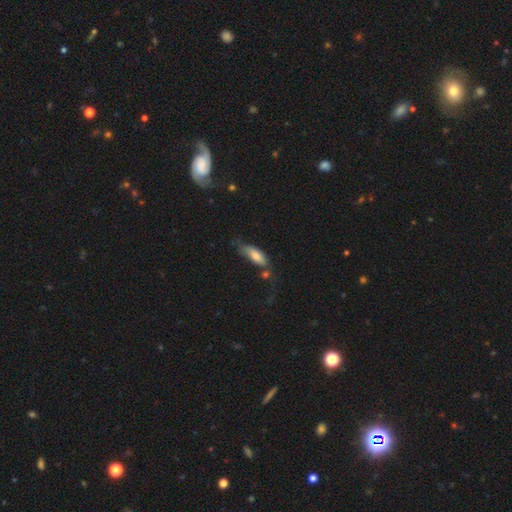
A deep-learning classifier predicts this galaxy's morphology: smooth 76%, featured or disk 18%, star or artifact 7%. Down the decision tree: how rounded — in between (64%); merging — none (45%).